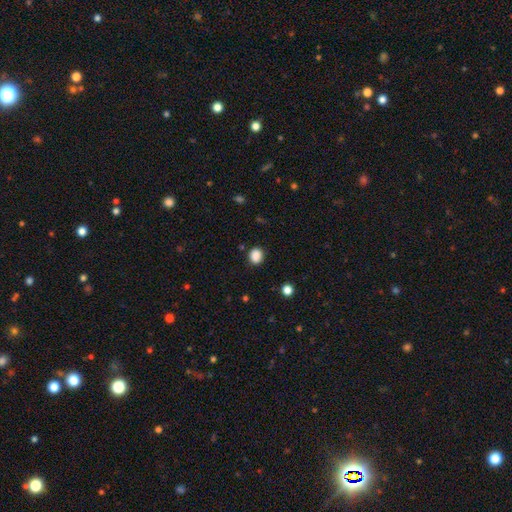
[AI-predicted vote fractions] Overall: smooth (87%). How rounded: round (65%; in between 34%). Merging: none (85%).